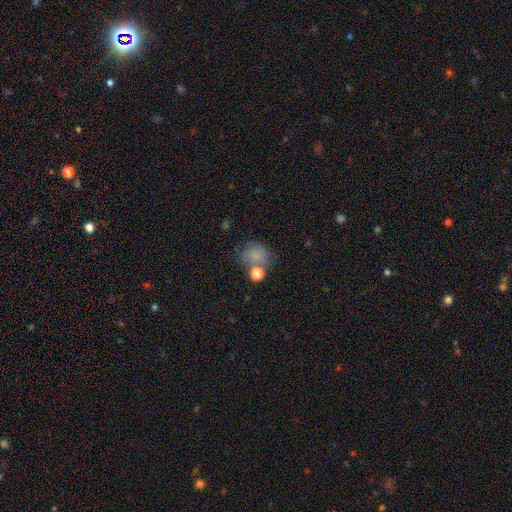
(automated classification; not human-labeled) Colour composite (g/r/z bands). It shows a smooth galaxy with no disk features (75%) that is round (70%). Merging: none (53%).